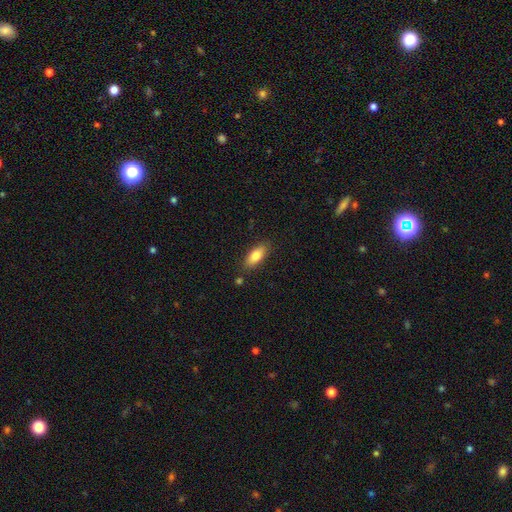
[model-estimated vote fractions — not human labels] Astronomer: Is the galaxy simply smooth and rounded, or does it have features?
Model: smooth — 81%.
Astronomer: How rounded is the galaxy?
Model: in between — 80%.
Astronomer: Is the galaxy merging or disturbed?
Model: none — 83%.